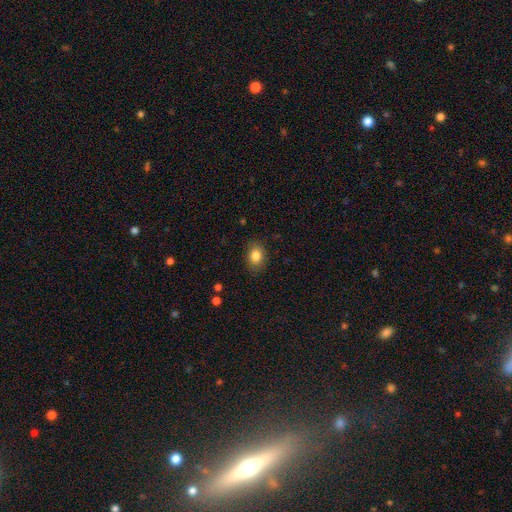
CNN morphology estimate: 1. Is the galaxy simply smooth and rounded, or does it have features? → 84% smooth, 9% star or artifact, 7% featured or disk.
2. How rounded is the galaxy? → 69% in between, 30% round, 1% cigar-shaped.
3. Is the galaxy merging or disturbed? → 84% none, 12% minor disturbance, 3% major disturbance, 1% merger.